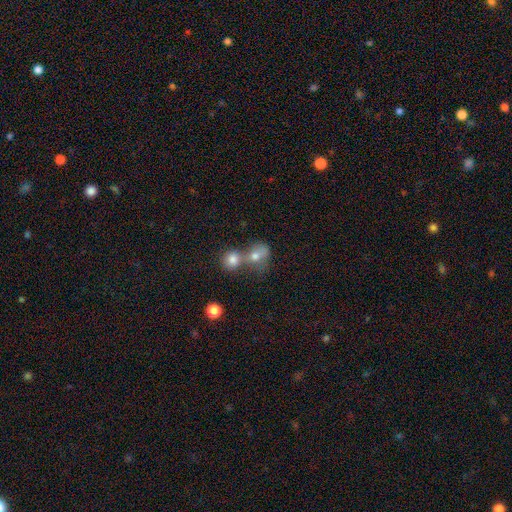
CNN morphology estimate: This appears to be a smooth galaxy with no disk features (73%) that is round (61%). Merging: merger (64%).